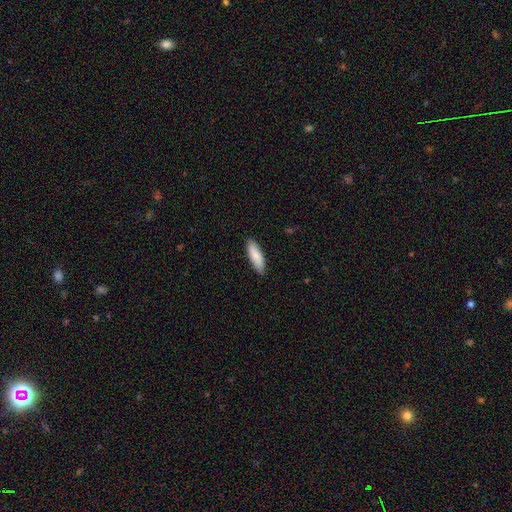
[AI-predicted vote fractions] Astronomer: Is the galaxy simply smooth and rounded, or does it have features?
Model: smooth — 86%.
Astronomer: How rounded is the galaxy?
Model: in between — 52% (runner-up: cigar-shaped, 46%).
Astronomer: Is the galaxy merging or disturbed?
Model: none — 89%.